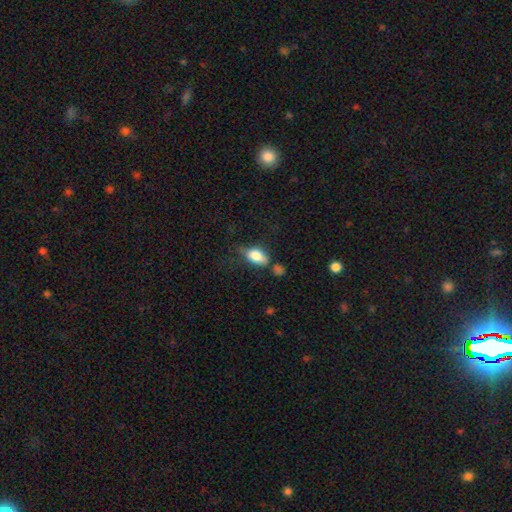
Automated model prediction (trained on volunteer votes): A smooth galaxy with no disk features (76%) that is in between round and cigar-shaped (84%). Merging: none (44%).